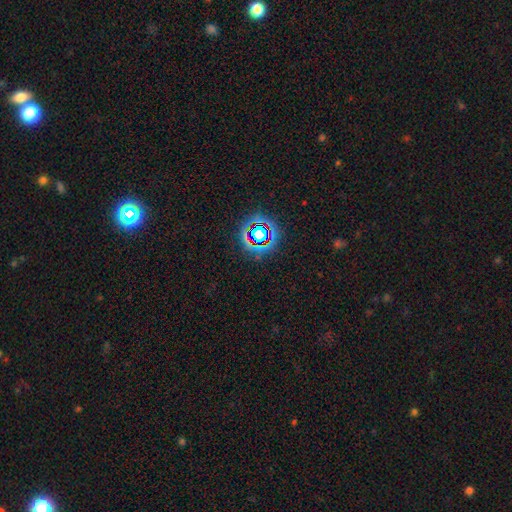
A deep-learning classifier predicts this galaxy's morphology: A star or artifact, not a galaxy (61%).